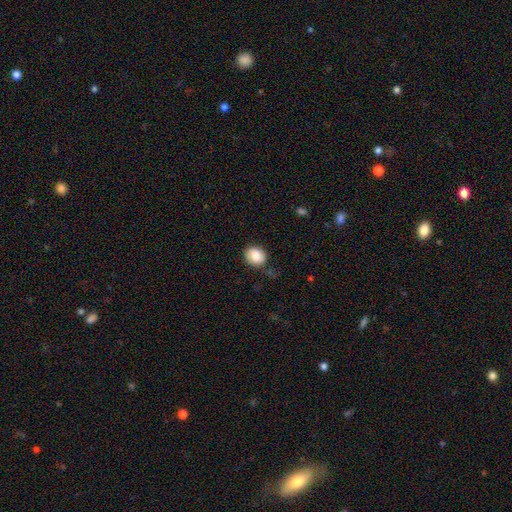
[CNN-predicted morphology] Smooth or featured?
  - smooth: 84% *
  - featured or disk: 8%
  - star or artifact: 8%
How rounded?
  - round: 62% *
  - in between: 37%
  - cigar-shaped: 1%
Merging?
  - none: 72% *
  - minor disturbance: 20%
  - major disturbance: 5%
  - merger: 3%